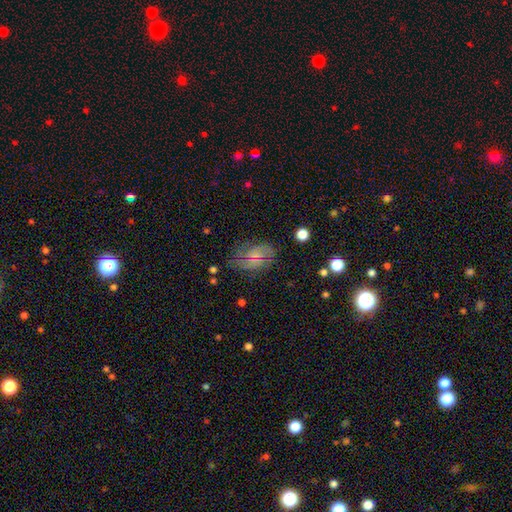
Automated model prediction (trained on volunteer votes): This appears to be a featured or disk galaxy (49%). Merging: none (64%).